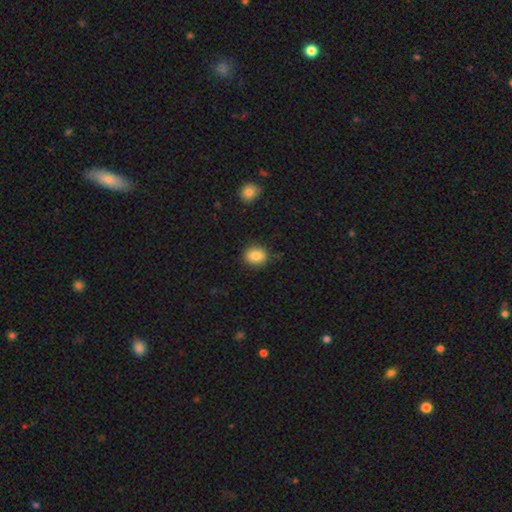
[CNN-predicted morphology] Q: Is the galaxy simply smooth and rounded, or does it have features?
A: smooth — 84%.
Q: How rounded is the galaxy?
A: round — 64%.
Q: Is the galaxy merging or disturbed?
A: none — 86%.